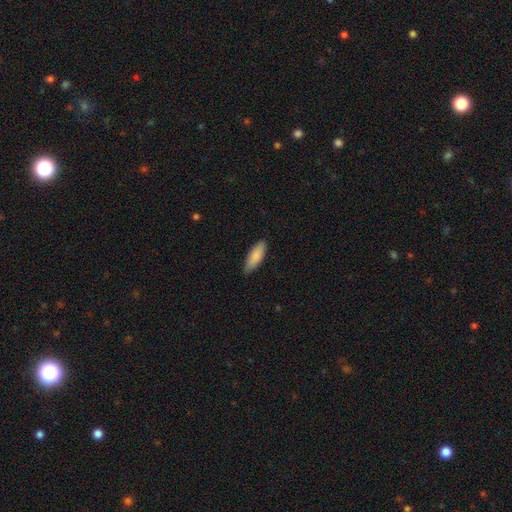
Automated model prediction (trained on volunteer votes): A smooth galaxy with no disk features (86%) that is in between round and cigar-shaped (60%).

Vote fractions:
- Smooth or featured? smooth: 86% / featured or disk: 9% / star or artifact: 5%
- How rounded? in between: 60% / cigar-shaped: 38% / round: 2%
- Merging? none: 85% / minor disturbance: 12% / major disturbance: 2% / merger: 1%